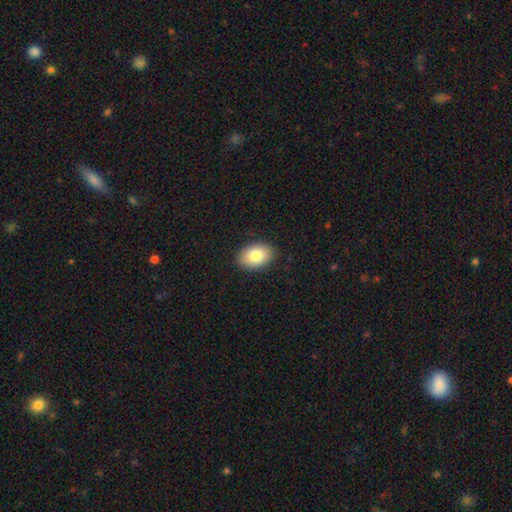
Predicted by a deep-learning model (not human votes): This is clearly a smooth galaxy (83%). How rounded: clearly in between (85%). Merging: clearly none (89%).